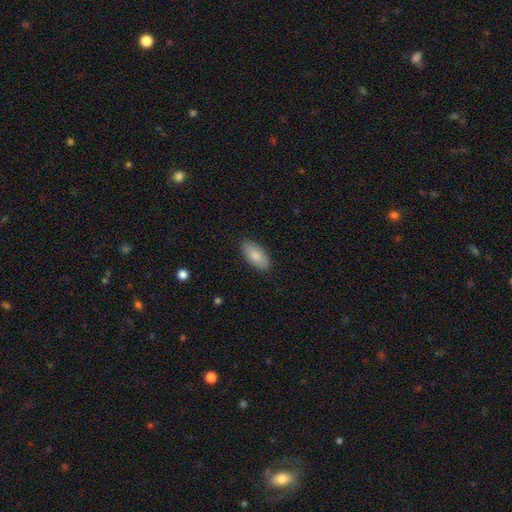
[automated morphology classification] smooth 86%, featured or disk 9%, star or artifact 6%. Down the decision tree: how rounded — in between (91%); merging — none (88%).